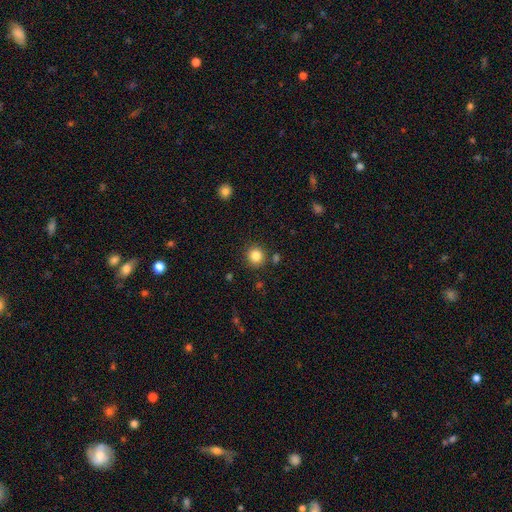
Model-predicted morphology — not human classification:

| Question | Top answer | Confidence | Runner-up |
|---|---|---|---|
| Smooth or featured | smooth | 84% | star or artifact (11%) |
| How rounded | round | 93% | in between (6%) |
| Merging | none | 86% | minor disturbance (7%) |